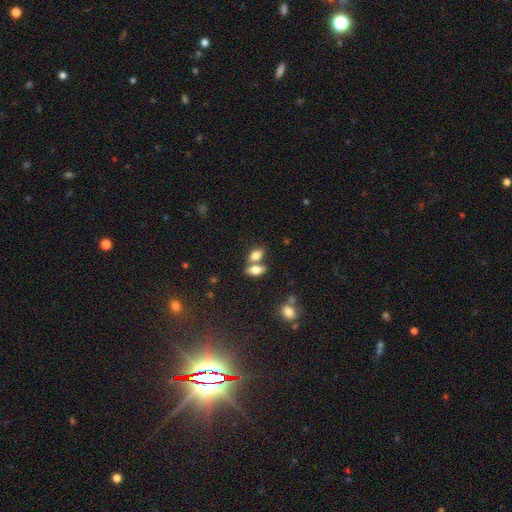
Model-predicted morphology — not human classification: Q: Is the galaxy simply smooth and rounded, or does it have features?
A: smooth — 77%.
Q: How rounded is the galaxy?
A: in between — 85%.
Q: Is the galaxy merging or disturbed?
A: merger — 44%.